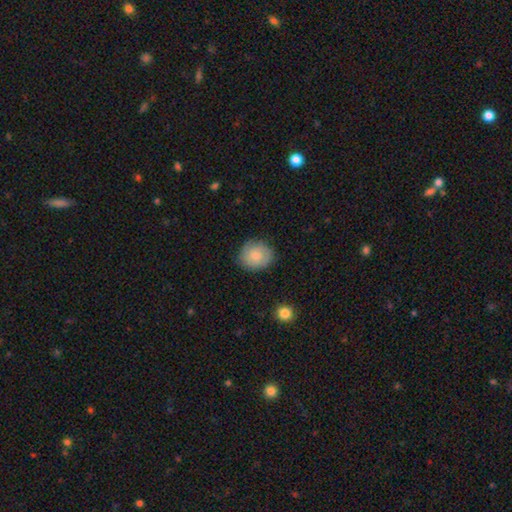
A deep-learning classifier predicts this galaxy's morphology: The model was most divided on "smooth or featured": smooth: 70%, featured or disk: 23%, star or artifact: 7%. More confident: merging — none (80%); how rounded — round (76%).